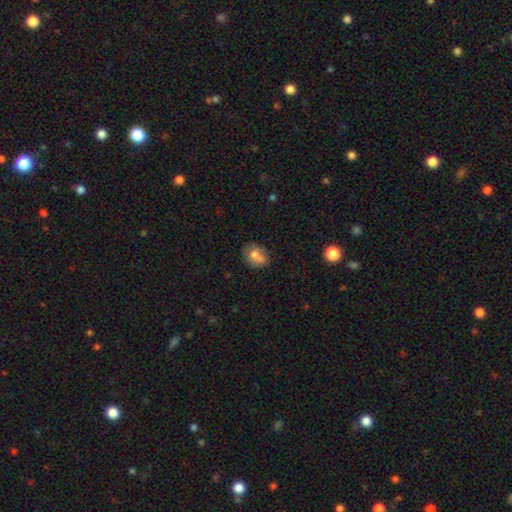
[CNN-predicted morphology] A smooth galaxy with no disk features (68%) that is round (54%). Merging: none (48%).